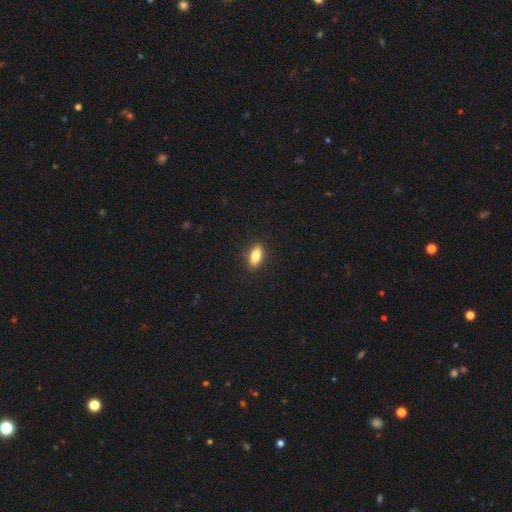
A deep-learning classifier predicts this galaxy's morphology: smooth 80%, featured or disk 12%, star or artifact 7%. Down the decision tree: how rounded — in between (84%); merging — none (89%).